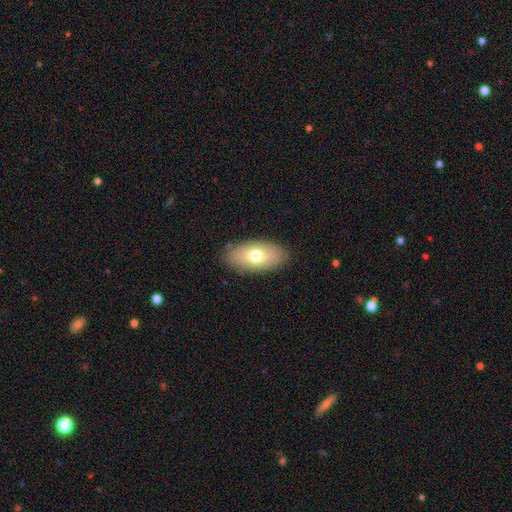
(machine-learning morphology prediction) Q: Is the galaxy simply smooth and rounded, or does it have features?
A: smooth — 70%.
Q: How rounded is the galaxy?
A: in between — 91%.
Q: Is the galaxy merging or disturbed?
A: none — 85%.